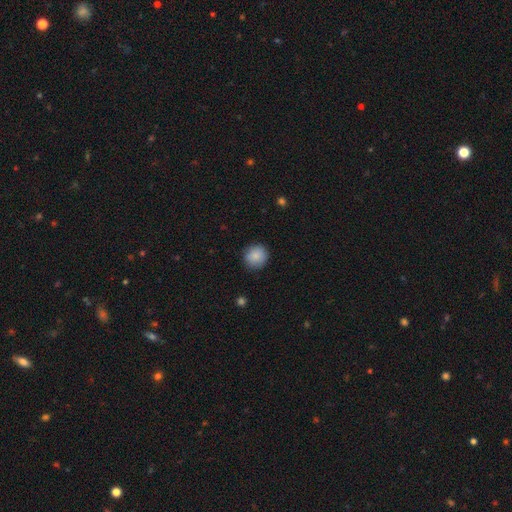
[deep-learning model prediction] This appears to be a smooth galaxy with no disk features (87%) that is round (91%). Merging: none (88%).